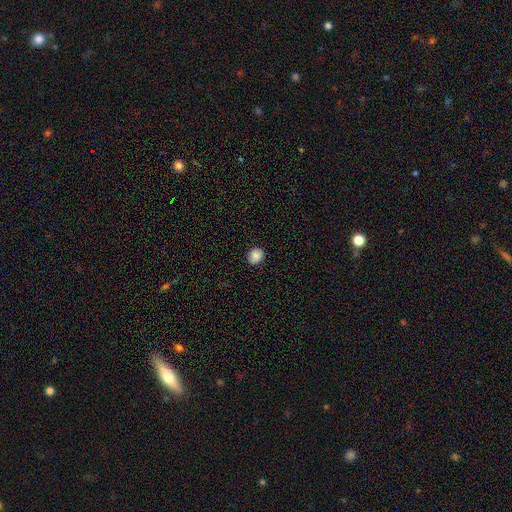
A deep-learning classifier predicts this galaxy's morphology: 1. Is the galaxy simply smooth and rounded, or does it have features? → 86% smooth, 9% star or artifact, 5% featured or disk.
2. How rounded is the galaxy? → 75% round, 25% in between, 1% cigar-shaped.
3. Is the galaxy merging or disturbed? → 88% none, 9% minor disturbance, 2% major disturbance, 1% merger.